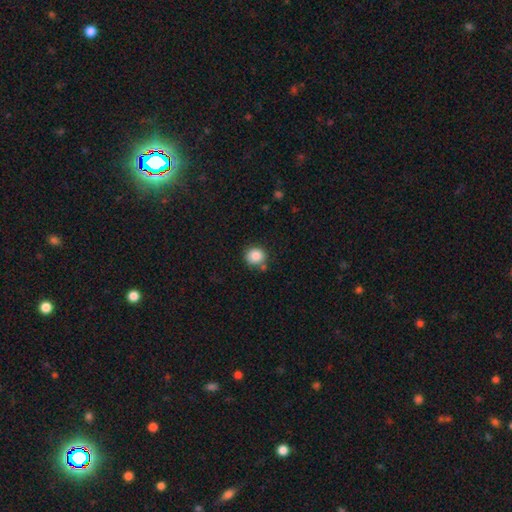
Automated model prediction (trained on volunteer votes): smooth-or-featured: smooth: 86% | star or artifact: 10% | featured or disk: 4%
  how-rounded: round: 86% | in between: 13% | cigar-shaped: 1%
  merging: none: 75% | minor disturbance: 12% | merger: 9% | major disturbance: 3%